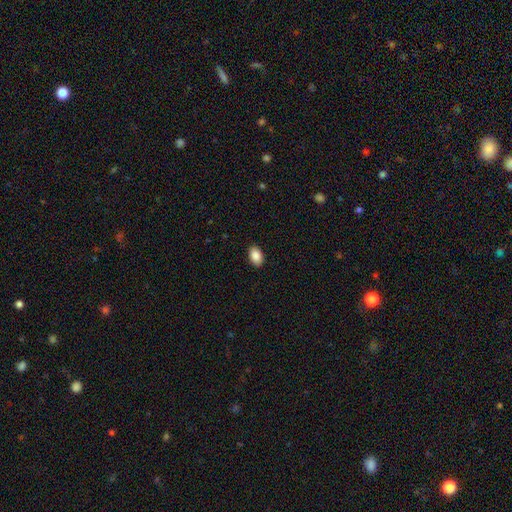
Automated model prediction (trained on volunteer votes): This is clearly a smooth galaxy (89%). How rounded: clearly in between (89%). Merging: clearly none (90%).